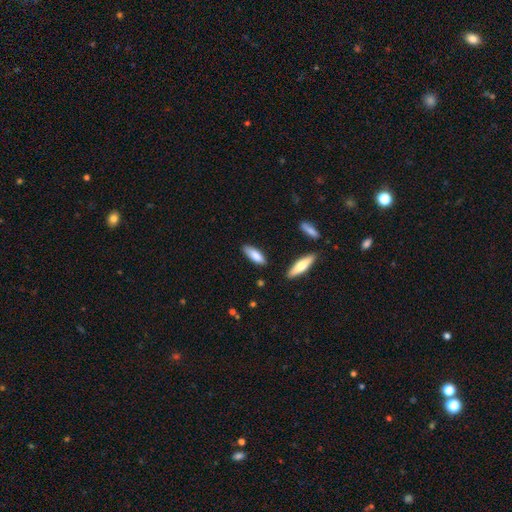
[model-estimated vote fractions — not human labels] Smooth or featured?
  - smooth: 83% *
  - featured or disk: 11%
  - star or artifact: 6%
How rounded?
  - in between: 56% *
  - cigar-shaped: 43%
  - round: 2%
Merging?
  - none: 82% *
  - minor disturbance: 13%
  - merger: 3%
  - major disturbance: 2%